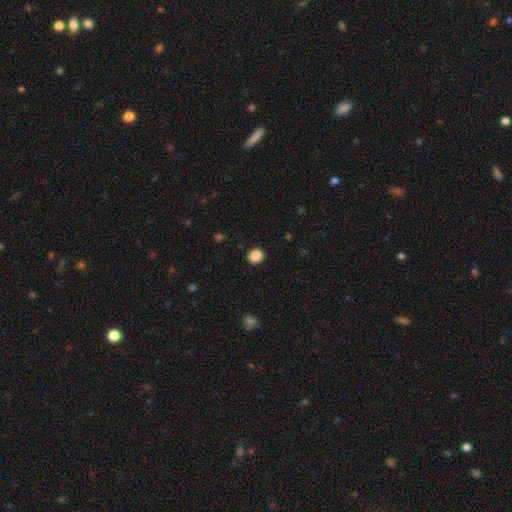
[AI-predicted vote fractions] Smooth or featured: smooth — 88% (star or artifact — 10%)
How rounded: round — 89% (in between — 10%)
Merging: none — 92% (minor disturbance — 5%)